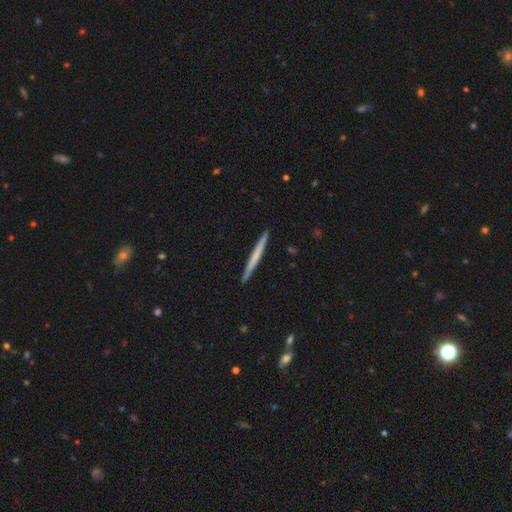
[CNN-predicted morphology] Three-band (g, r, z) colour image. It shows a smooth galaxy with no disk features (50%) that is cigar-shaped (97%). Merging: none (93%).